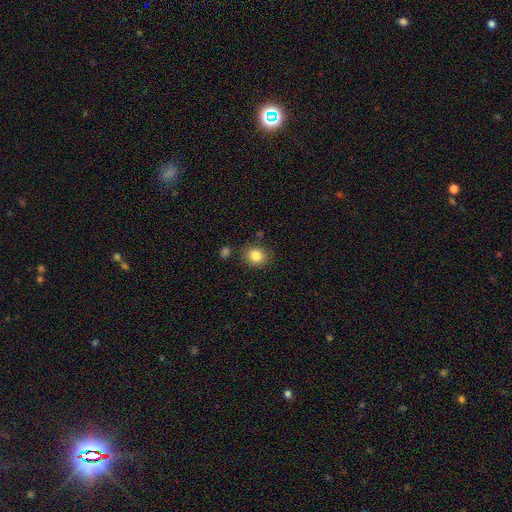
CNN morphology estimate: This appears to be a smooth galaxy with no disk features (85%) that is round (70%). Merging: none (82%).